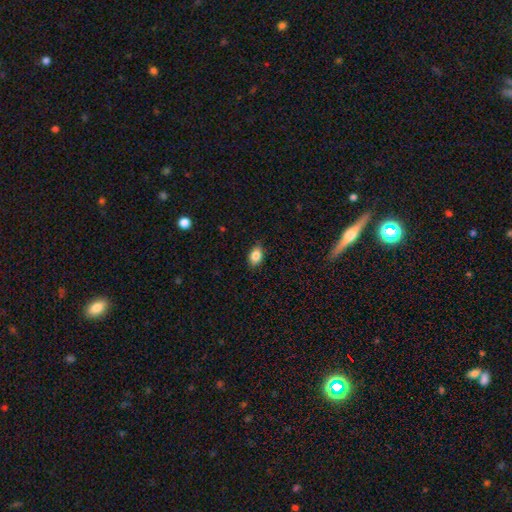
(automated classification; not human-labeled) smooth_or_featured: smooth (p=0.84) [alt: star or artifact p=0.09]
how_rounded: in between (p=0.80) [alt: round p=0.18]
merging: none (p=0.84) [alt: minor disturbance p=0.13]